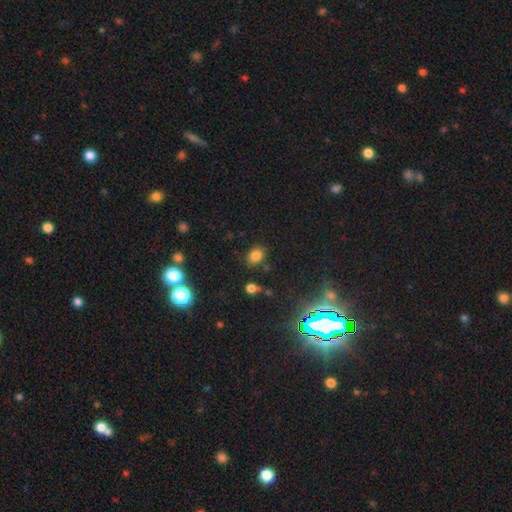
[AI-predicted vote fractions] A smooth galaxy with no disk features (79%) that is in between round and cigar-shaped (63%).

Vote fractions:
- Smooth or featured? smooth: 79% / star or artifact: 16% / featured or disk: 6%
- How rounded? in between: 63% / round: 36% / cigar-shaped: 1%
- Merging? none: 79% / minor disturbance: 13% / merger: 4% / major disturbance: 4%